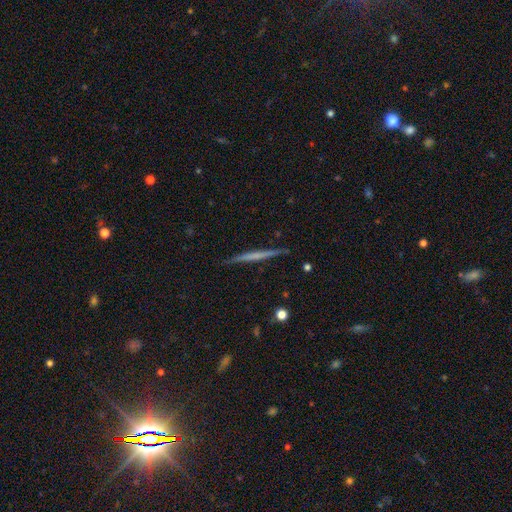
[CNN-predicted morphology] This is possibly a featured or disk galaxy (56%). It is clearly viewed edge-on (97%). Edge-on bulge: clearly none (82%). Merging: clearly none (88%).